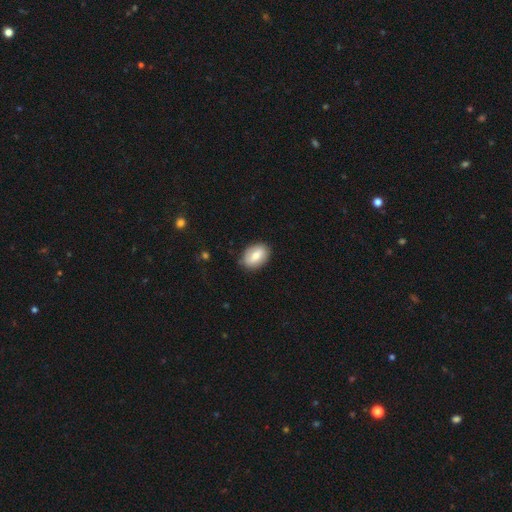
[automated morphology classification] A smooth galaxy with no disk features (73%) that is in between round and cigar-shaped (85%). Merging: none (84%).